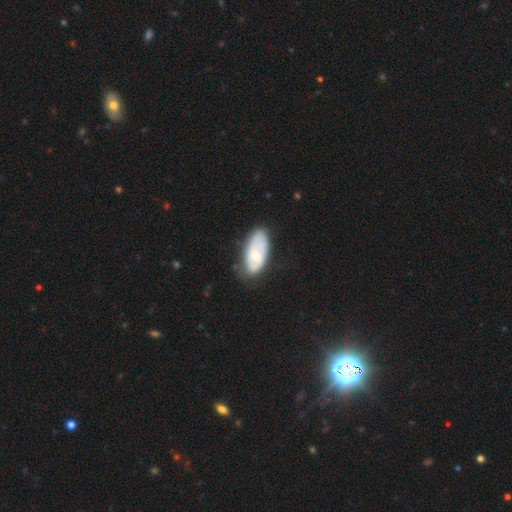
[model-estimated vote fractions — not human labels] smooth-or-featured: smooth: 54% | featured or disk: 40% | star or artifact: 6%
  how-rounded: in between: 92% | cigar-shaped: 5% | round: 3%
  merging: none: 63% | minor disturbance: 28% | major disturbance: 7% | merger: 2%